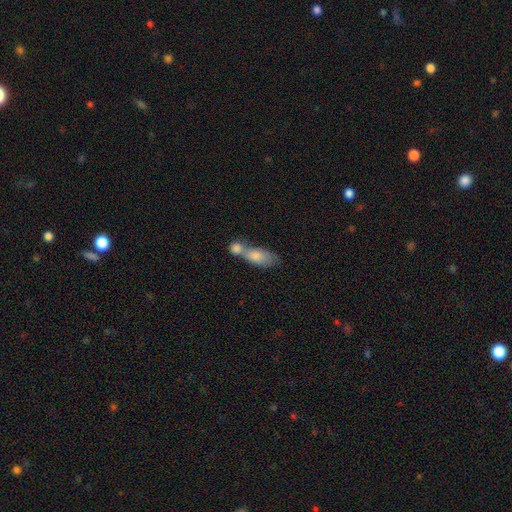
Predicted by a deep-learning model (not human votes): The model was most divided on "merging": merger: 69%, none: 17%, minor disturbance: 8%, major disturbance: 6%. More confident: how rounded — in between (77%); smooth or featured — smooth (77%).